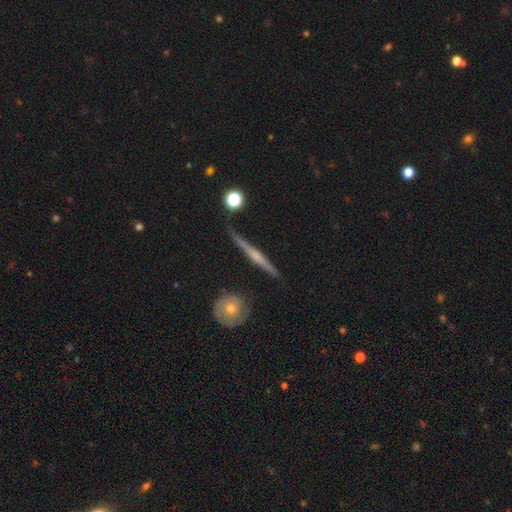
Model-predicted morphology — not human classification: Smooth or featured?
  - featured or disk: 74% *
  - smooth: 20%
  - star or artifact: 6%
Edge-on disk?
  - yes: 97% *
  - no: 3%
Edge-on bulge?
  - rounded: 49% *
  - none: 38%
  - boxy: 14%
Merging?
  - none: 85% *
  - minor disturbance: 11%
  - major disturbance: 2%
  - merger: 2%